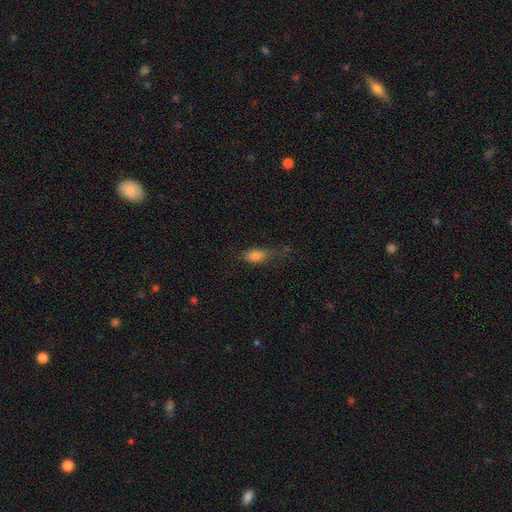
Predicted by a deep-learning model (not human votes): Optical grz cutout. It shows a smooth galaxy with no disk features (81%) that is in between round and cigar-shaped (78%). Merging: none (57%).